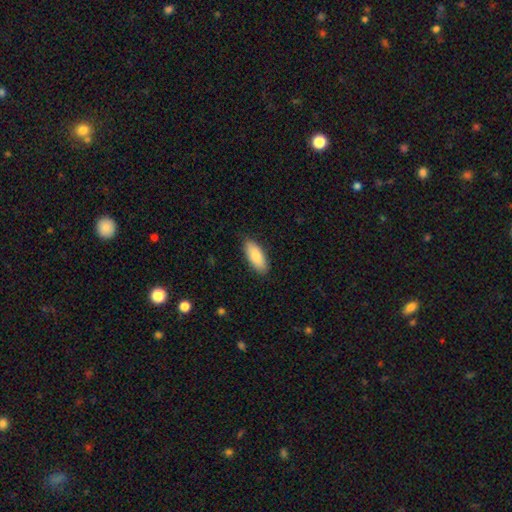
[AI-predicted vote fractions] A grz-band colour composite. It shows a smooth galaxy with no disk features (86%) that is in between round and cigar-shaped (81%). Merging: none (86%).